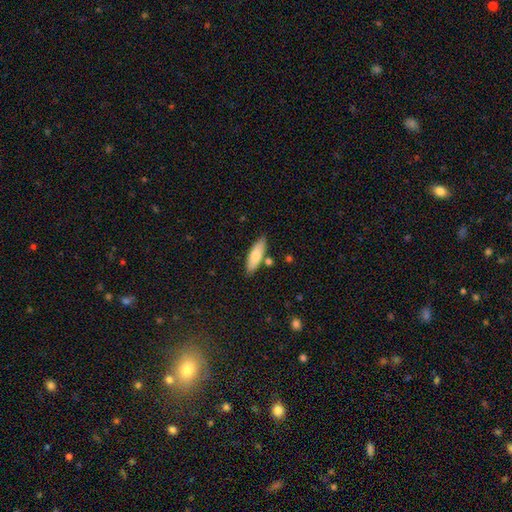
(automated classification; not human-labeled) A smooth galaxy with no disk features (80%) that is in between round and cigar-shaped (53%).

Vote fractions:
- Smooth or featured? smooth: 80% / featured or disk: 14% / star or artifact: 6%
- How rounded? in between: 53% / cigar-shaped: 45% / round: 2%
- Merging? none: 80% / minor disturbance: 12% / merger: 6% / major disturbance: 2%